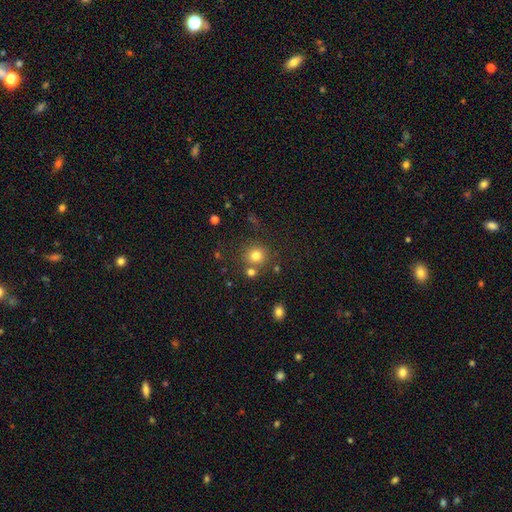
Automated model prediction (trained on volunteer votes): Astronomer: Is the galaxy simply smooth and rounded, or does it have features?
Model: smooth — 78%.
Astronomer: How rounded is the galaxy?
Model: round — 89%.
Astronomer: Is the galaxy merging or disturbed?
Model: none — 74%.